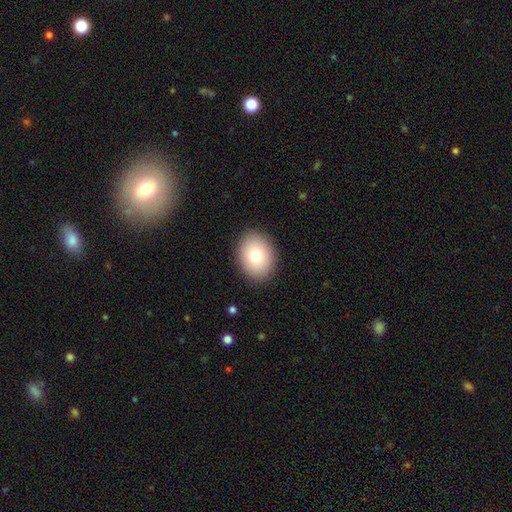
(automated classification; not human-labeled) A smooth galaxy with no disk features (79%) that is in between round and cigar-shaped (60%). Merging: none (89%).